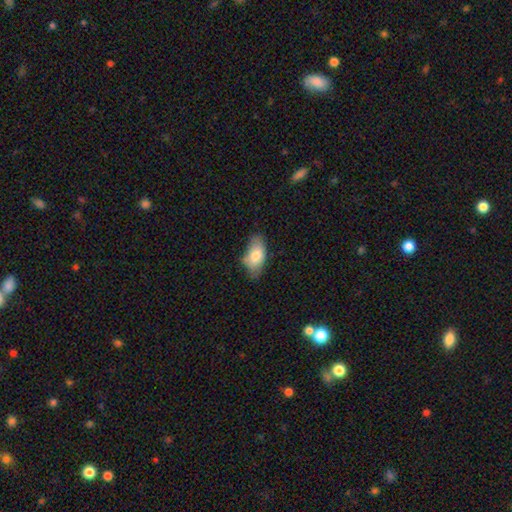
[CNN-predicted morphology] Overall: smooth (77%). How rounded: in between (92%). Merging: none (60%; minor disturbance 31%).